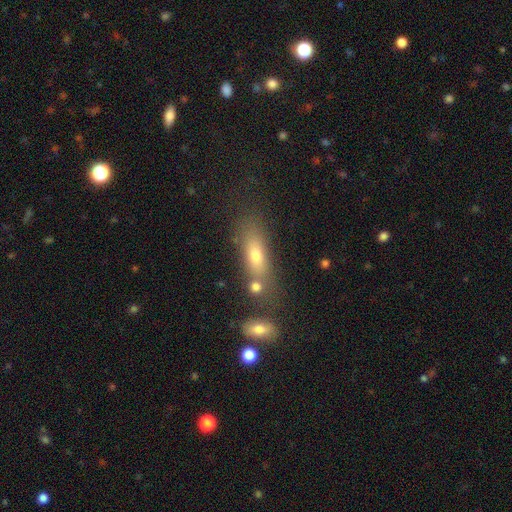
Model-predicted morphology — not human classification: This appears to be a smooth galaxy with no disk features (68%) that is in between round and cigar-shaped (59%). Merging: none (56%).